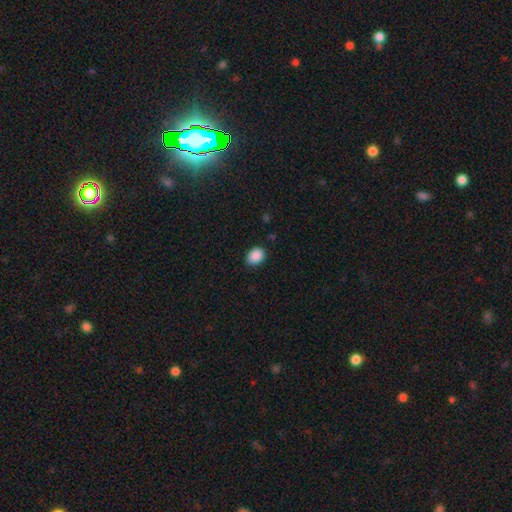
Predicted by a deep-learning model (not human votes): Q: Smooth or featured?
A: smooth (89%); runner-up: star or artifact (8%)
Q: How rounded?
A: in between (63%); runner-up: round (36%)
Q: Merging?
A: none (85%); runner-up: minor disturbance (11%)